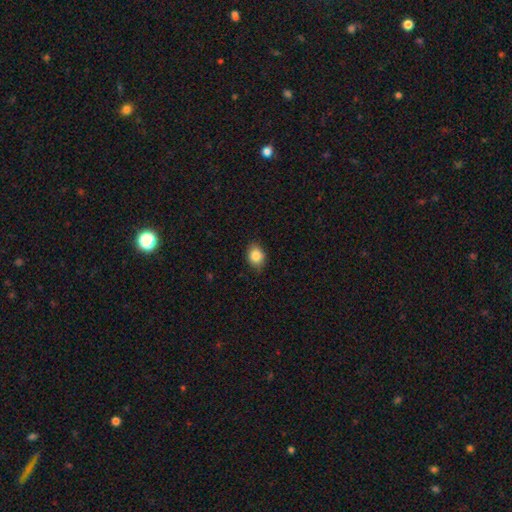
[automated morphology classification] Q: Smooth or featured?
A: smooth (85%); runner-up: star or artifact (9%)
Q: How rounded?
A: in between (57%); runner-up: round (41%)
Q: Merging?
A: none (78%); runner-up: minor disturbance (18%)